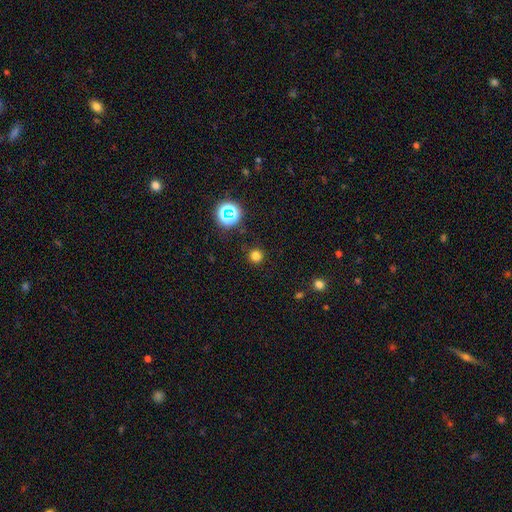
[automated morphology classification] Smooth or featured? smooth (75%)
How rounded? round (95%)
Merging? none (89%)